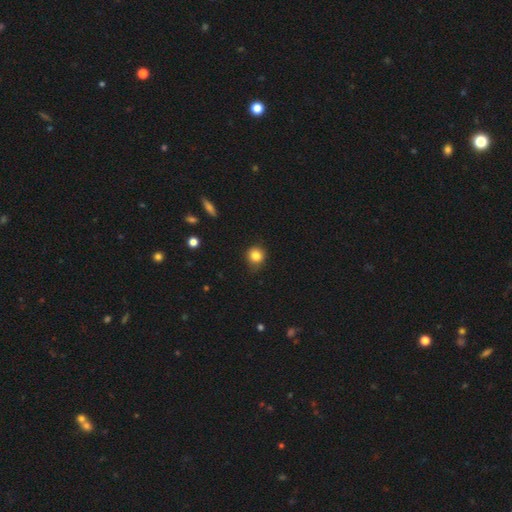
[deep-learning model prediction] Overall: smooth (83%). How rounded: round (86%). Merging: none (79%).